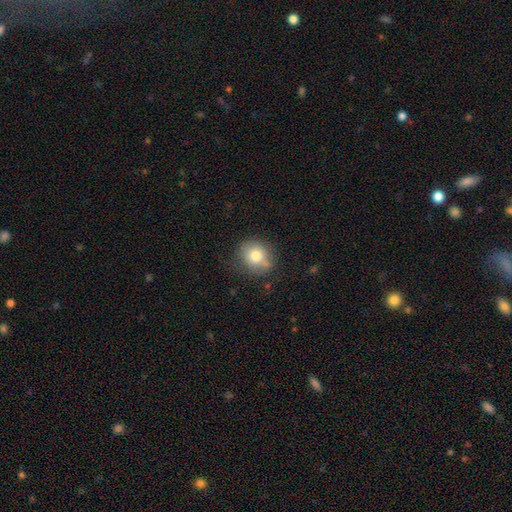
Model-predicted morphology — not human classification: smooth 77%, featured or disk 14%, star or artifact 10%. Down the decision tree: how rounded — round (83%); merging — none (71%).